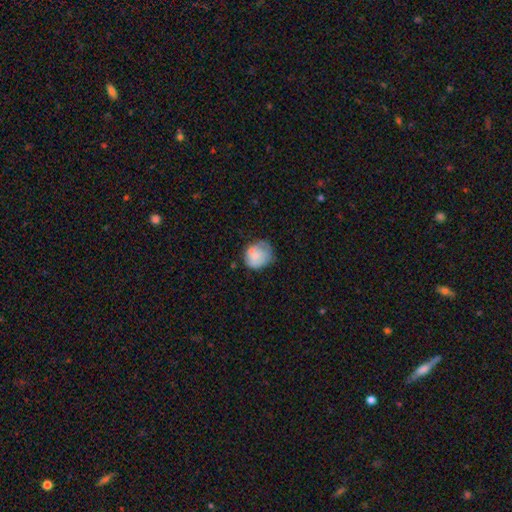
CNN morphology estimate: type=smooth (74%); roundness=round (74%); merging=none (52%).